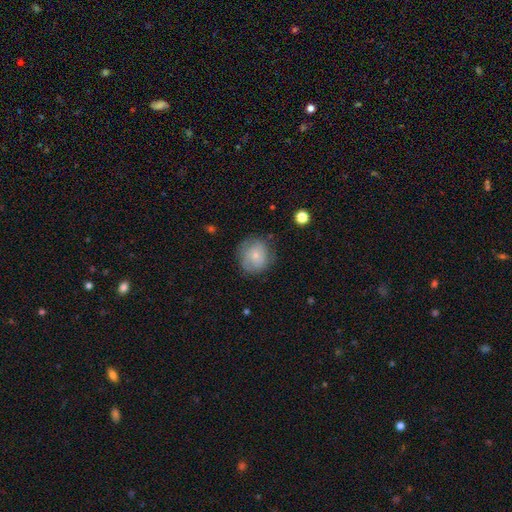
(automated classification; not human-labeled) smooth-or-featured: smooth: 58% | featured or disk: 34% | star or artifact: 8%
  how-rounded: round: 87% | in between: 12% | cigar-shaped: 1%
  merging: none: 73% | minor disturbance: 19% | major disturbance: 6% | merger: 1%